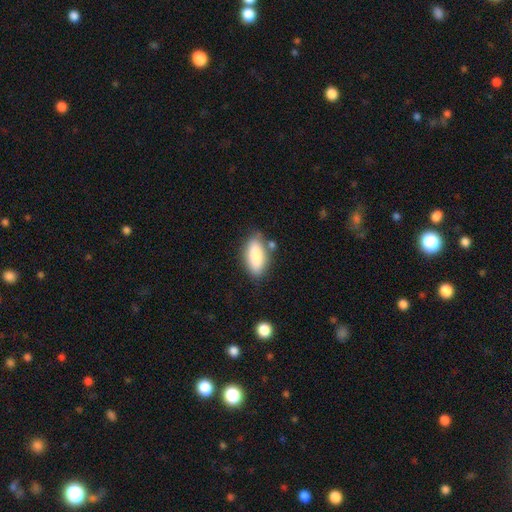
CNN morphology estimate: The model was most divided on "merging": none: 73%, minor disturbance: 16%, merger: 7%, major disturbance: 4%. More confident: smooth or featured — smooth (84%); how rounded — in between (82%).